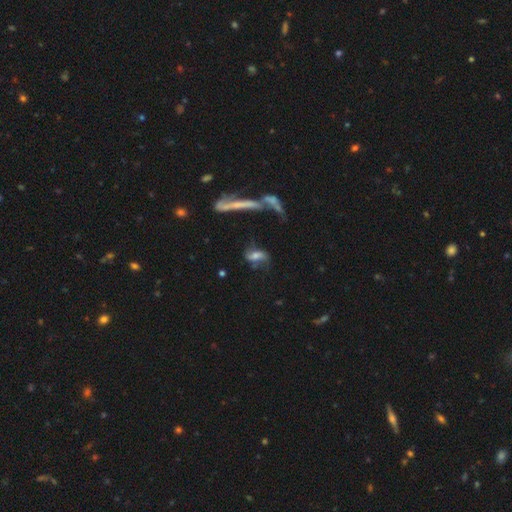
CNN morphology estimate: featured or disk 48%, smooth 41%, star or artifact 11%. Down the decision tree: merging — none (44%).